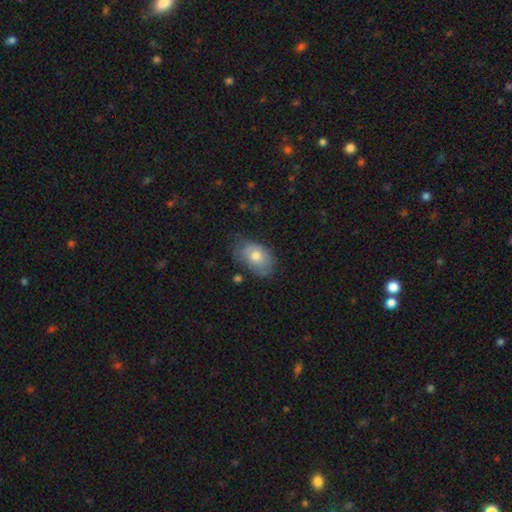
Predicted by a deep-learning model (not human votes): Smooth or featured: smooth — 72% (featured or disk — 20%)
How rounded: in between — 84% (round — 15%)
Merging: none — 56% (minor disturbance — 32%)